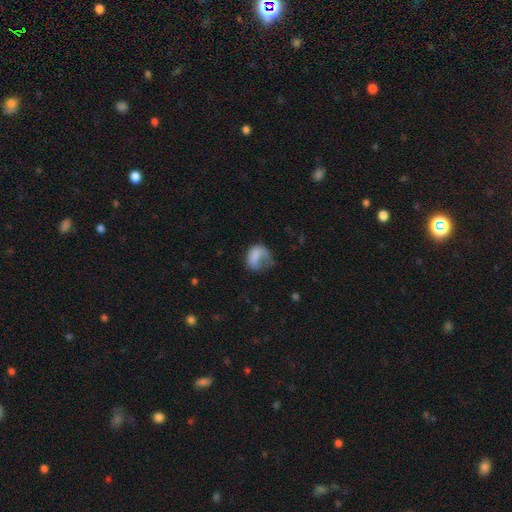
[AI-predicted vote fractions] A smooth galaxy with no disk features (69%) that is in between round and cigar-shaped (60%). Merging: major disturbance (47%).